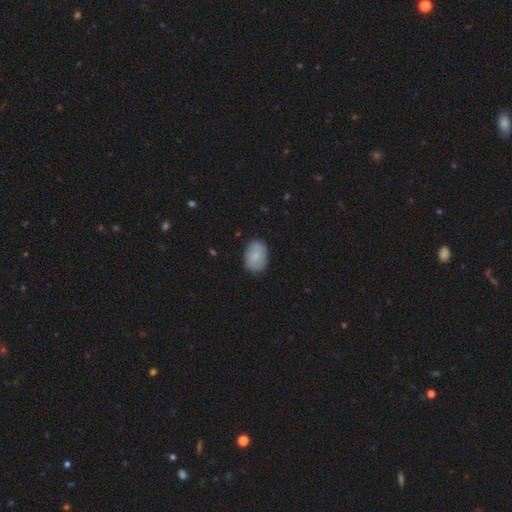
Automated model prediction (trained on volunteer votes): smooth 81%, featured or disk 13%, star or artifact 7%. Down the decision tree: how rounded — in between (78%); merging — none (85%).